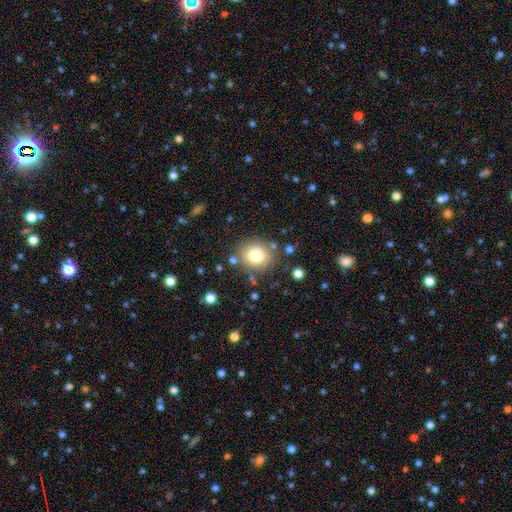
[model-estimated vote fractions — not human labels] This is likely a smooth galaxy (76%). How rounded: clearly round (81%). Merging: clearly none (81%).